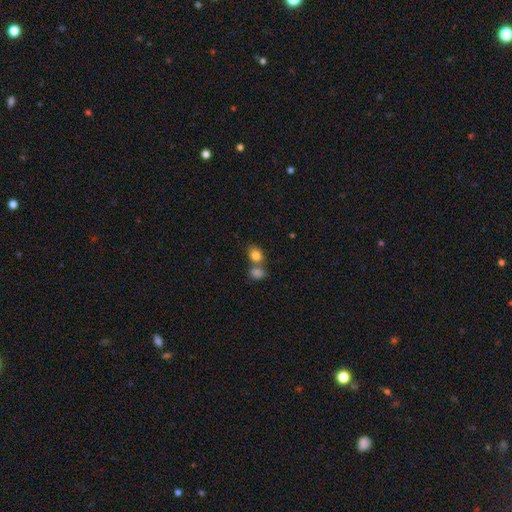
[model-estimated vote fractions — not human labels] Q: Smooth or featured?
A: smooth (82%); runner-up: star or artifact (10%)
Q: How rounded?
A: in between (55%); runner-up: round (44%)
Q: Merging?
A: merger (45%); runner-up: none (42%)